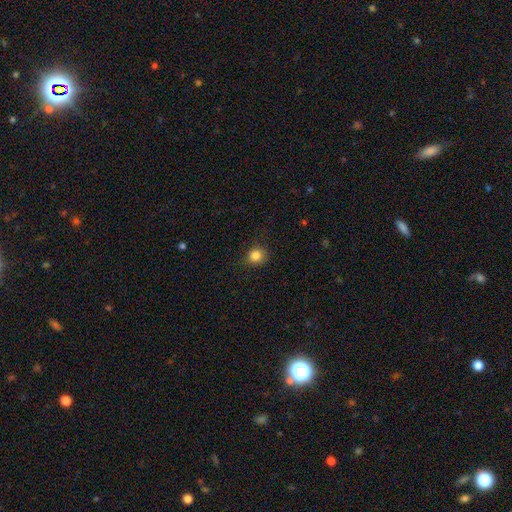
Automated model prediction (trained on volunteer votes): Smooth or featured: smooth — 84% (star or artifact — 11%)
How rounded: round — 87% (in between — 12%)
Merging: none — 85% (minor disturbance — 11%)